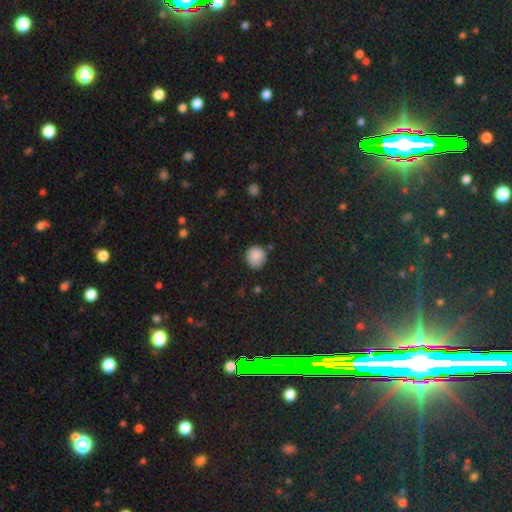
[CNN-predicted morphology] Q: Smooth or featured?
A: smooth (88%); runner-up: star or artifact (9%)
Q: How rounded?
A: round (89%); runner-up: in between (10%)
Q: Merging?
A: none (84%); runner-up: minor disturbance (11%)